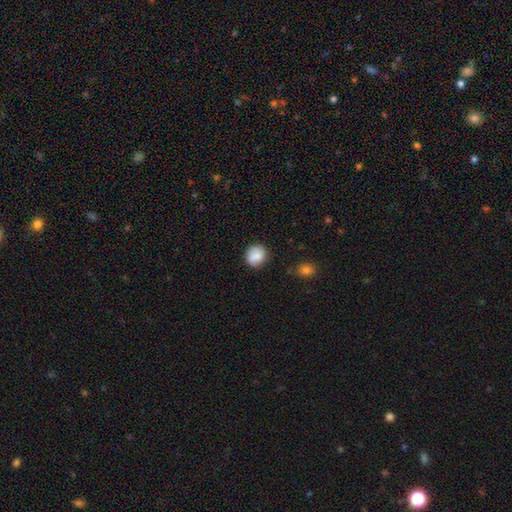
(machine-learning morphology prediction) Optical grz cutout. It shows a smooth galaxy with no disk features (85%) that is round (84%). Merging: none (82%).